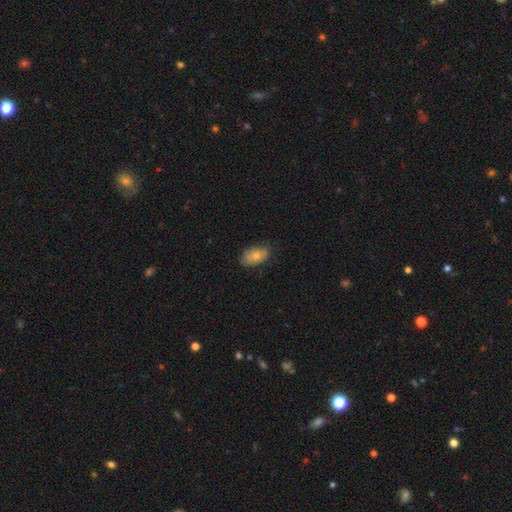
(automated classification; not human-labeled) smooth-or-featured: smooth: 78% | featured or disk: 16% | star or artifact: 7%
  how-rounded: in between: 92% | round: 5% | cigar-shaped: 2%
  merging: none: 71% | minor disturbance: 23% | major disturbance: 4% | merger: 1%